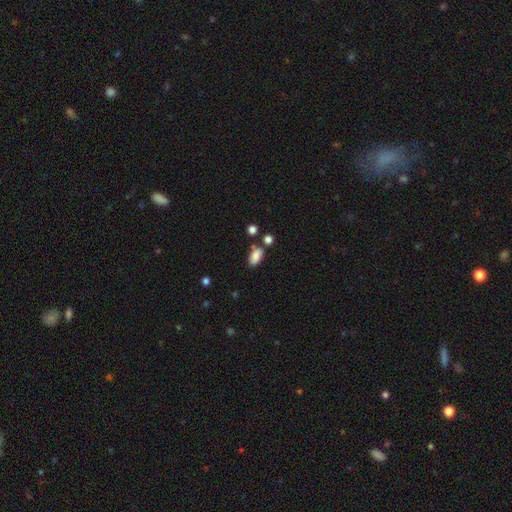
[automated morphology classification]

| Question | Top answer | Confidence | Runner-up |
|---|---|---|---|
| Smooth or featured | smooth | 85% | star or artifact (9%) |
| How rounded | in between | 91% | round (5%) |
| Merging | none | 69% | minor disturbance (15%) |